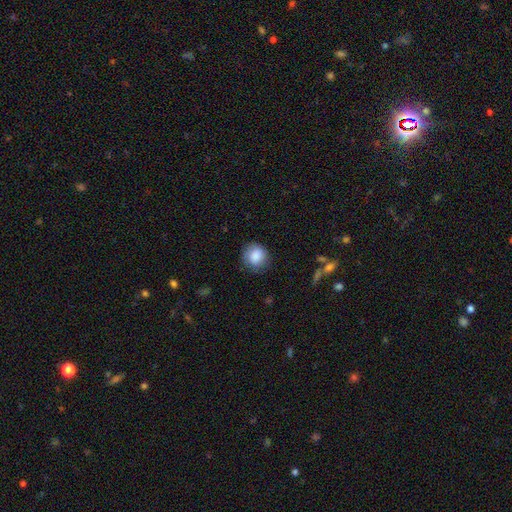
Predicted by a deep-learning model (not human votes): The model was most divided on "merging": none: 79%, minor disturbance: 16%, major disturbance: 4%, merger: 1%. More confident: how rounded — round (85%); smooth or featured — smooth (84%).